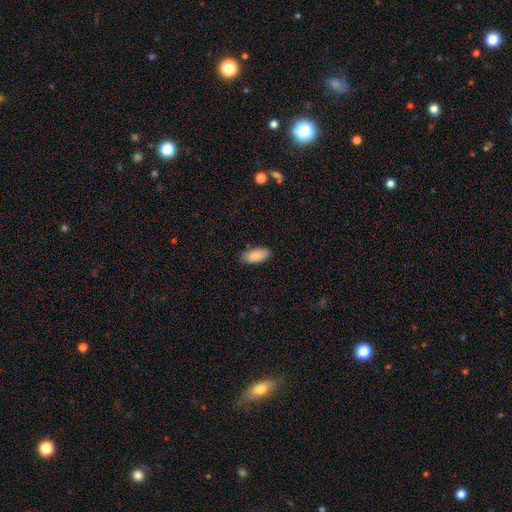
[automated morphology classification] smooth-or-featured: smooth: 89% | star or artifact: 6% | featured or disk: 5%
  how-rounded: in between: 89% | cigar-shaped: 9% | round: 2%
  merging: none: 84% | minor disturbance: 12% | major disturbance: 2% | merger: 1%